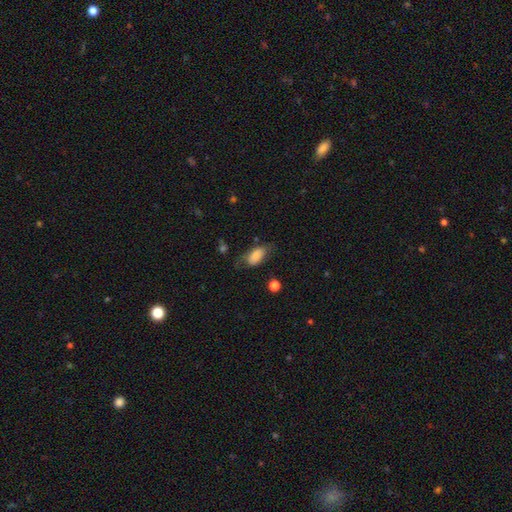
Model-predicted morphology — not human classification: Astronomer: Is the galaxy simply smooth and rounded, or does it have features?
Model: smooth — 76%.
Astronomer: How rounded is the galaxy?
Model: in between — 91%.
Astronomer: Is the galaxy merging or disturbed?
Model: none — 51% (runner-up: minor disturbance, 29%).